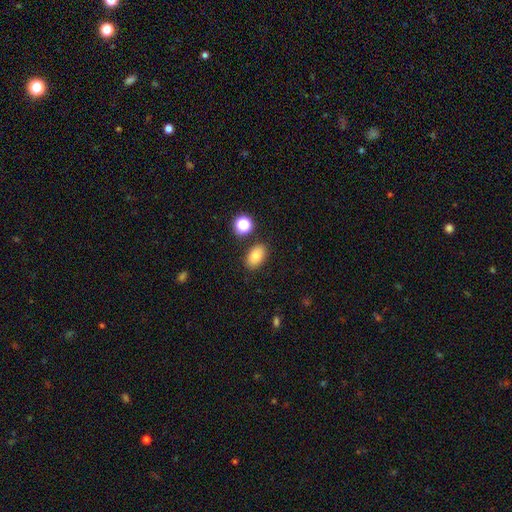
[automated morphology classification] Smooth or featured?
  - smooth: 80% *
  - star or artifact: 11%
  - featured or disk: 10%
How rounded?
  - in between: 87% *
  - round: 12%
  - cigar-shaped: 2%
Merging?
  - none: 84% *
  - minor disturbance: 9%
  - merger: 4%
  - major disturbance: 3%